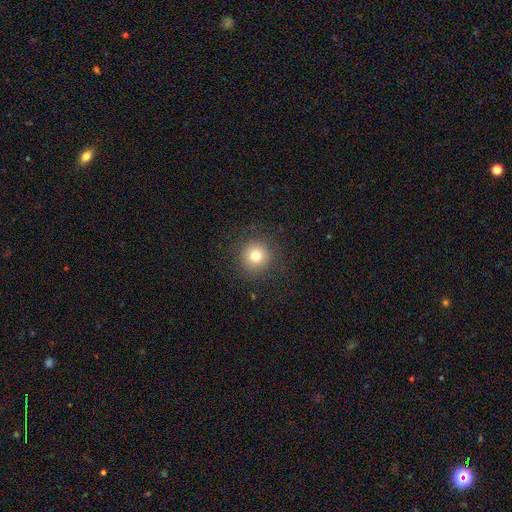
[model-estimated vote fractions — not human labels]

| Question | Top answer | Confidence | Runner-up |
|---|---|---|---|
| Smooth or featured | smooth | 77% | star or artifact (13%) |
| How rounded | round | 95% | in between (4%) |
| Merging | none | 89% | minor disturbance (7%) |